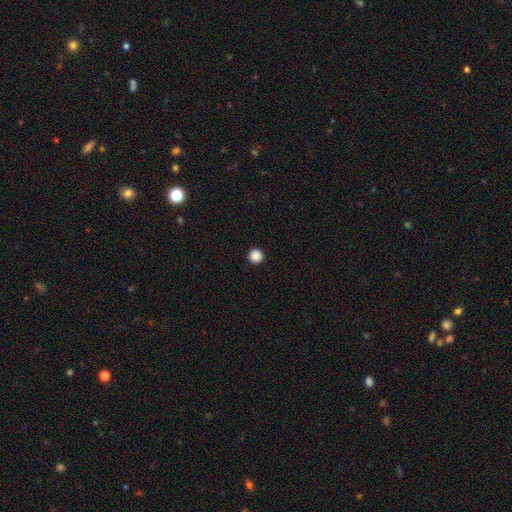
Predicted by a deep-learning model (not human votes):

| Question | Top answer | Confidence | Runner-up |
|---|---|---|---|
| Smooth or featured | smooth | 88% | star or artifact (10%) |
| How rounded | round | 96% | in between (3%) |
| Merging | none | 94% | minor disturbance (4%) |